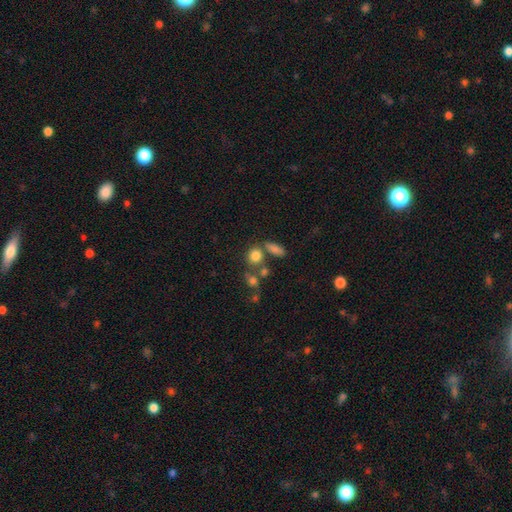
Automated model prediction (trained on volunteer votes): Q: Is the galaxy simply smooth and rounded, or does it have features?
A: smooth — 79%.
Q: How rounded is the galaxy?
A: round — 65%.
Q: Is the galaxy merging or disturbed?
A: none — 56%.